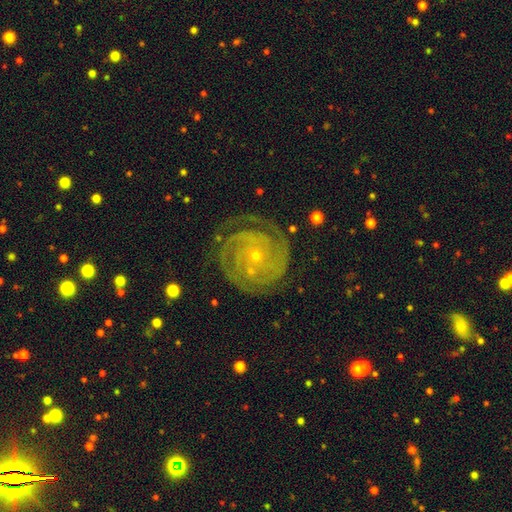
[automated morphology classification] A featured or disk galaxy (89%) with no bar (78%), 2 (42%) tight (81%) spiral arms (98%) and a small central bulge (80%).

Vote fractions:
- Smooth or featured? featured or disk: 89% / star or artifact: 6% / smooth: 5%
- Edge-on disk? no: 98% / yes: 2%
- Bar? no: 78% / weak: 16% / strong: 6%
- Spiral arms? yes: 98% / no: 2%
- Spiral winding? tight: 81% / medium: 16% / loose: 3%
- Spiral arm count? 2: 42% / 3: 22% / can't tell: 16% / 4: 8% / 1: 6% / more than 4: 6%
- Bulge size? small: 80% / moderate: 17% / none: 2% / large: 1% / dominant: 1%
- Merging? none: 74% / minor disturbance: 15% / major disturbance: 8% / merger: 3%